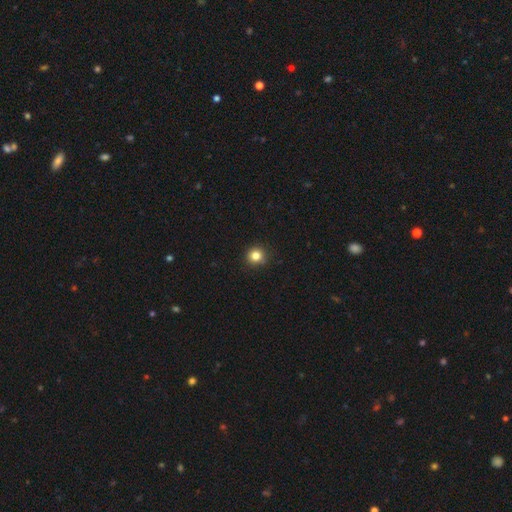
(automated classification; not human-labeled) This is clearly a smooth galaxy (83%). How rounded: clearly round (92%). Merging: clearly none (90%).